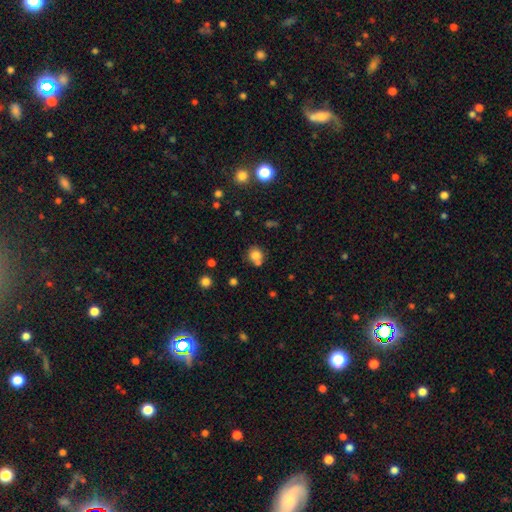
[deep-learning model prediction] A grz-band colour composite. It shows a smooth galaxy with no disk features (79%) that is round (78%). Merging: none (56%).